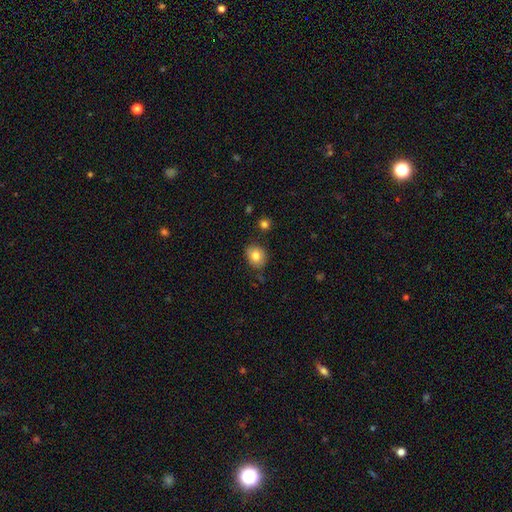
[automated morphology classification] smooth 80%, featured or disk 10%, star or artifact 9%. Down the decision tree: how rounded — round (57%); merging — none (78%).